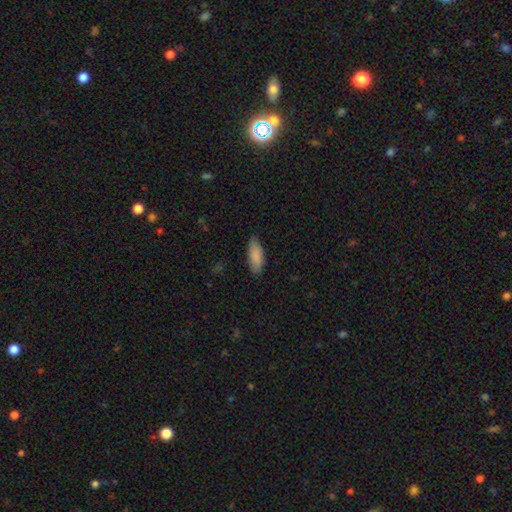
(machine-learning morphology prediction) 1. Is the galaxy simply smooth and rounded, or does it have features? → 86% smooth, 8% featured or disk, 6% star or artifact.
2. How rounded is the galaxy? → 79% in between, 20% cigar-shaped, 2% round.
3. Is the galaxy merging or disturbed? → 77% none, 19% minor disturbance, 3% major disturbance, 1% merger.